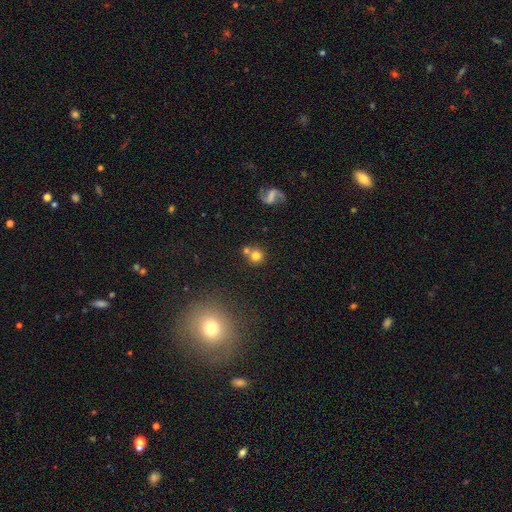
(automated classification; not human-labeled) Smooth or featured? Predicted: smooth (p=0.73). How rounded? Predicted: round (p=0.90). Merging? Predicted: none (p=0.57).